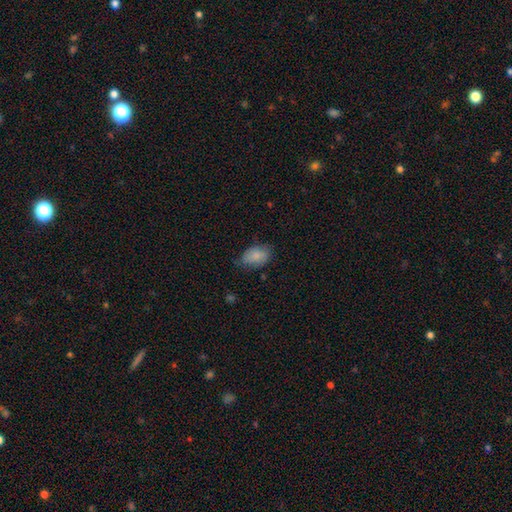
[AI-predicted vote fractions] A smooth galaxy with no disk features (84%) that is in between round and cigar-shaped (87%).

Vote fractions:
- Smooth or featured? smooth: 84% / featured or disk: 9% / star or artifact: 7%
- How rounded? in between: 87% / round: 12% / cigar-shaped: 1%
- Merging? none: 59% / minor disturbance: 32% / major disturbance: 7% / merger: 2%